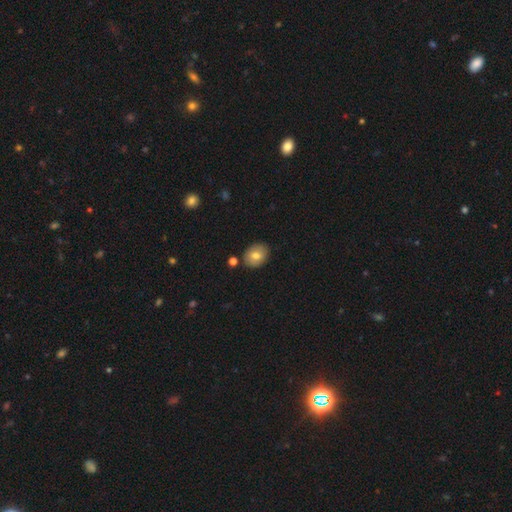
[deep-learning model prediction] smooth 77%, featured or disk 14%, star or artifact 9%. Down the decision tree: how rounded — in between (54%); merging — none (83%).